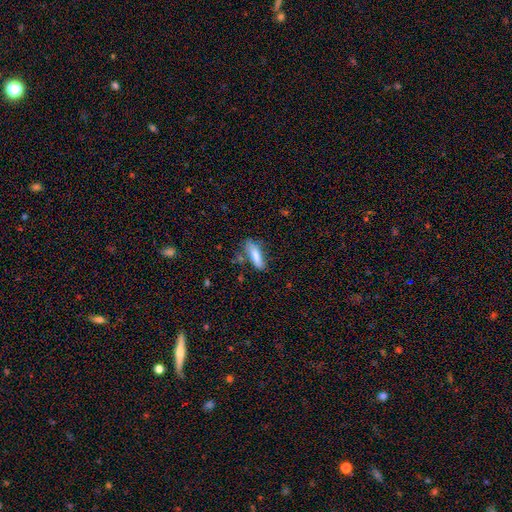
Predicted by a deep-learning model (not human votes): smooth_or_featured: smooth (p=0.73) [alt: featured or disk p=0.20]
how_rounded: in between (p=0.51) [alt: cigar-shaped p=0.47]
merging: none (p=0.63) [alt: minor disturbance p=0.24]